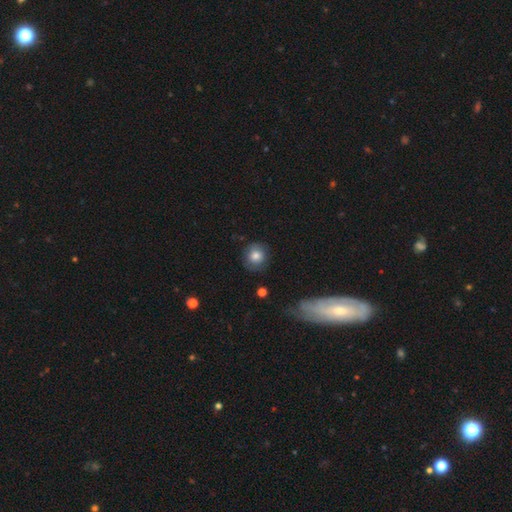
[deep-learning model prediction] This is likely a smooth galaxy (76%). How rounded: clearly round (87%). Merging: likely none (77%).